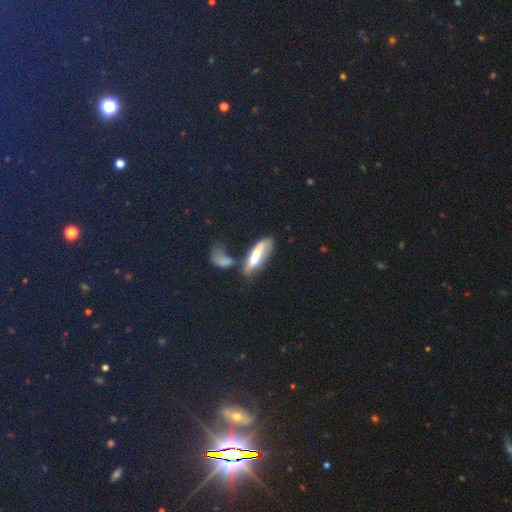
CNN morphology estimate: smooth 49%, featured or disk 42%, star or artifact 9%. Down the decision tree: merging — merger (34%).